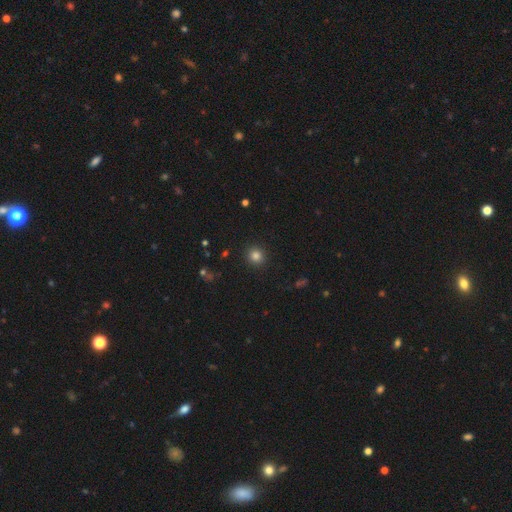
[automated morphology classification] Q: Smooth or featured?
A: smooth (83%); runner-up: star or artifact (13%)
Q: How rounded?
A: round (91%); runner-up: in between (8%)
Q: Merging?
A: none (92%); runner-up: minor disturbance (5%)